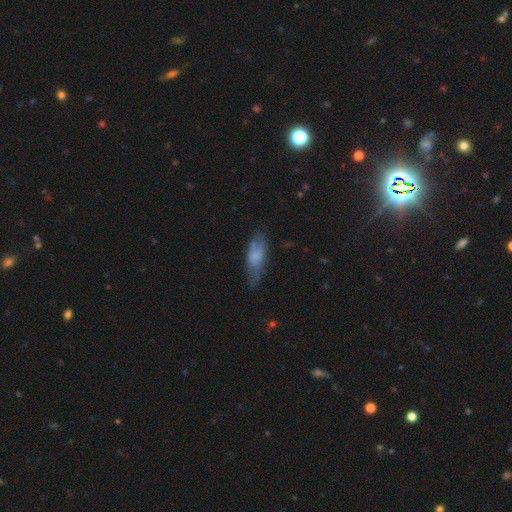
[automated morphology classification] Smooth or featured? Predicted: smooth (p=0.59). How rounded? Predicted: in between (p=0.59). Merging? Predicted: none (p=0.55).